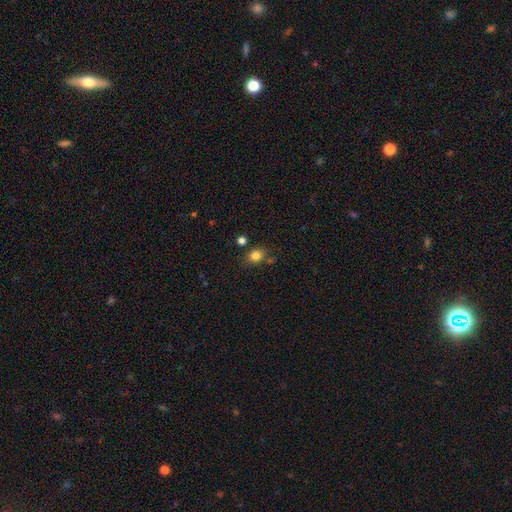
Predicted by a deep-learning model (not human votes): Morphology: type=smooth (82%); roundness=round (54%); merging=none (74%).